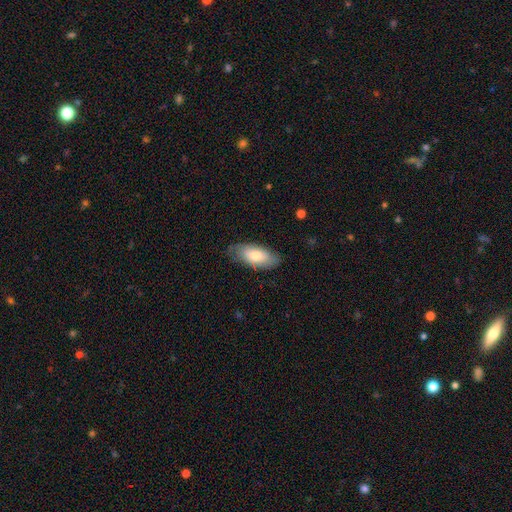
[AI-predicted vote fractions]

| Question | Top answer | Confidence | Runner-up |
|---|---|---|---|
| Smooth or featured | smooth | 73% | featured or disk (21%) |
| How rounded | in between | 88% | cigar-shaped (10%) |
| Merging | none | 76% | minor disturbance (19%) |